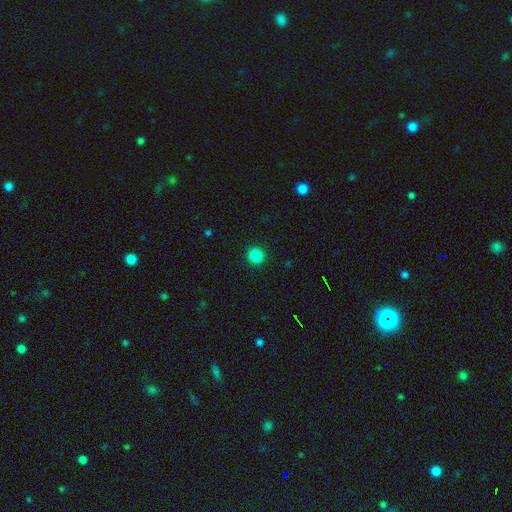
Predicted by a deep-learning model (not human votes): The model was most divided on "smooth or featured": smooth: 85%, star or artifact: 12%, featured or disk: 4%. More confident: how rounded — round (94%); merging — none (93%).